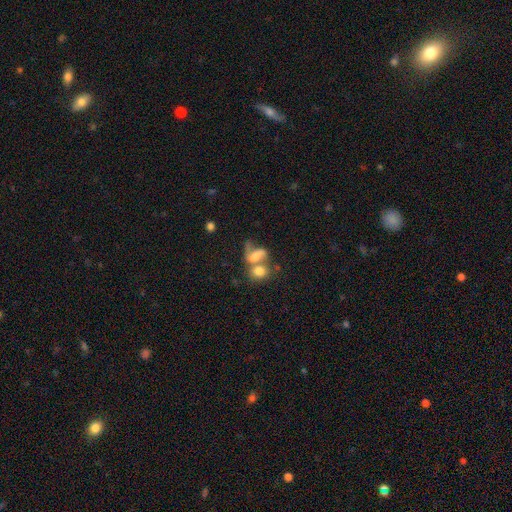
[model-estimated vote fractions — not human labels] smooth 49%, featured or disk 39%, star or artifact 12%. Down the decision tree: merging — merger (60%).